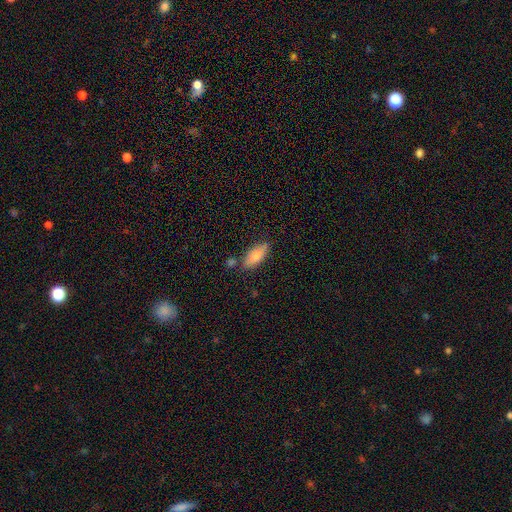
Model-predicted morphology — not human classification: type=smooth (75%); roundness=in between (74%); merging=none (77%).